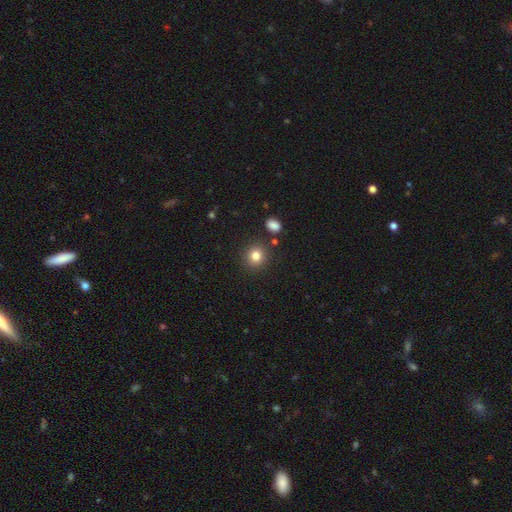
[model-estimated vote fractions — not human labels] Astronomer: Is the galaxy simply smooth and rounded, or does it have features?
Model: smooth — 82%.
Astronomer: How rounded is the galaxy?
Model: round — 87%.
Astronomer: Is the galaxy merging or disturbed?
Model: none — 87%.